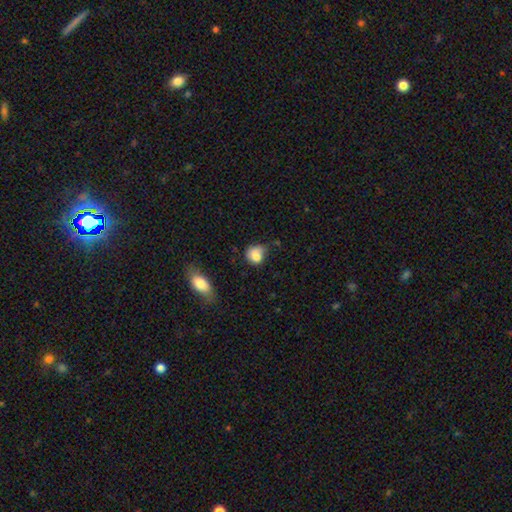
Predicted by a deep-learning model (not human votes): smooth 80%, featured or disk 11%, star or artifact 10%. Down the decision tree: how rounded — round (63%); merging — none (42%).